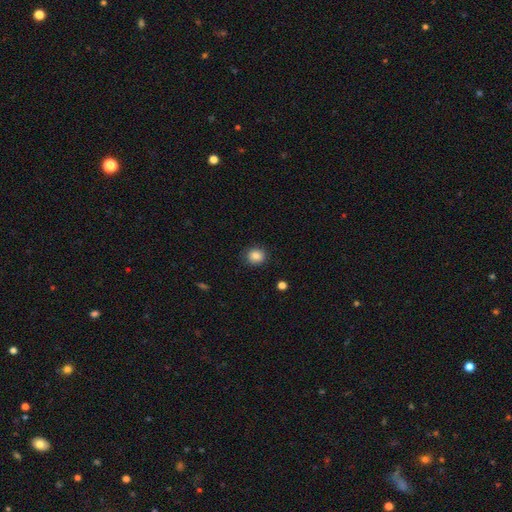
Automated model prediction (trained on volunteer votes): smooth 84%, star or artifact 10%, featured or disk 6%. Down the decision tree: how rounded — round (79%); merging — none (88%).